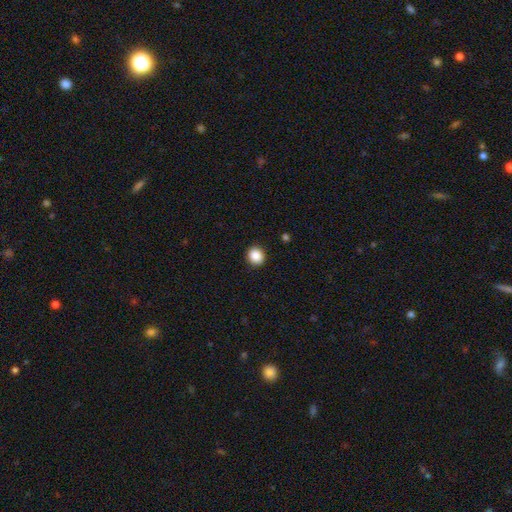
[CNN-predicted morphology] Smooth or featured? Predicted: smooth (p=0.88). How rounded? Predicted: round (p=0.85). Merging? Predicted: none (p=0.91).